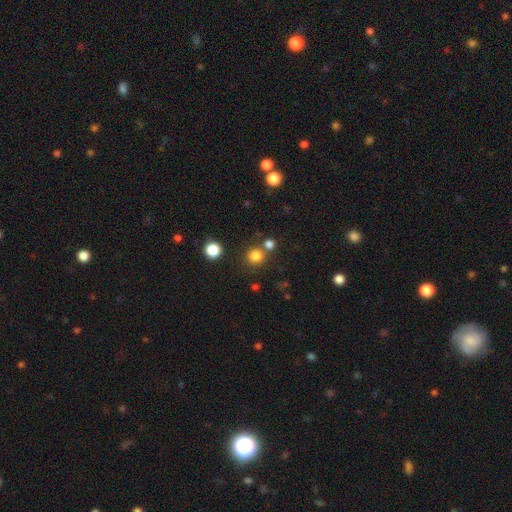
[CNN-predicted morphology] Smooth or featured? smooth (80%)
How rounded? round (91%)
Merging? none (74%)